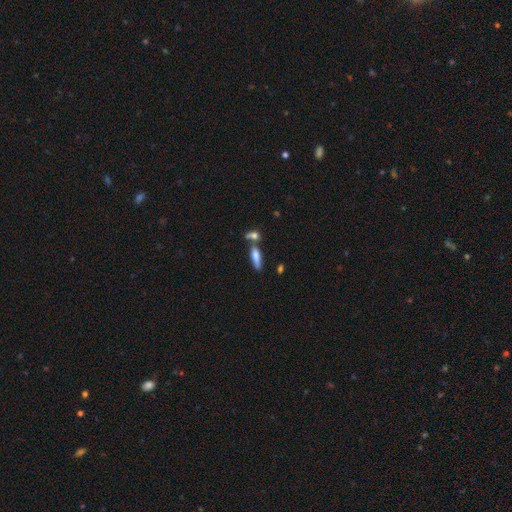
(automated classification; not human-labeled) Smooth or featured? Predicted: smooth (p=0.69). How rounded? Predicted: cigar-shaped (p=0.53). Merging? Predicted: none (p=0.54).